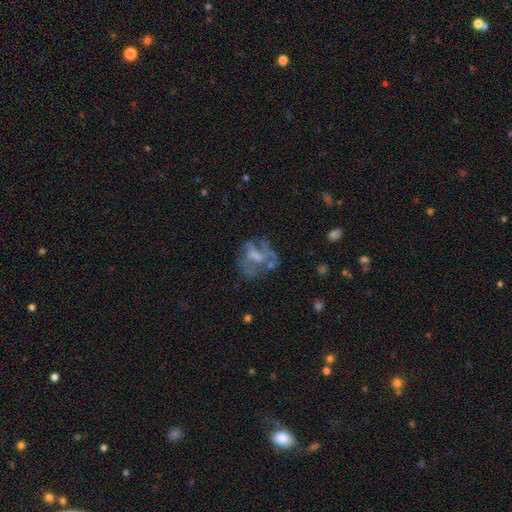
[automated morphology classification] Smooth or featured? Predicted: featured or disk (p=0.60). Edge-on disk? Predicted: no (p=0.97). Bar? Predicted: no (p=0.59). Spiral arms? Predicted: no (p=0.64). Bulge size? Predicted: none (p=0.35). Merging? Predicted: none (p=0.46).